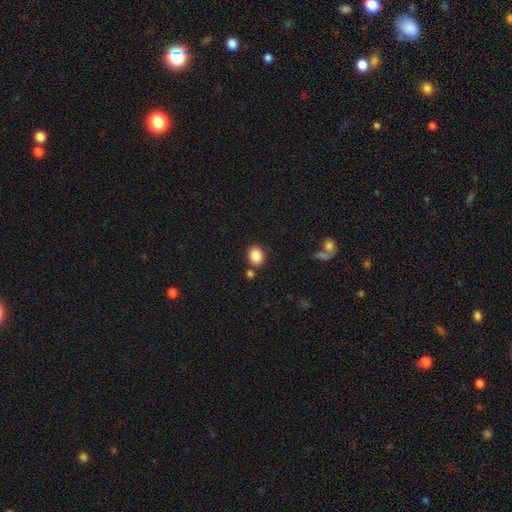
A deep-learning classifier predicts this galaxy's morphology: smooth-or-featured: smooth: 87% | star or artifact: 9% | featured or disk: 4%
  how-rounded: round: 52% | in between: 47% | cigar-shaped: 1%
  merging: none: 78% | minor disturbance: 10% | merger: 9% | major disturbance: 3%